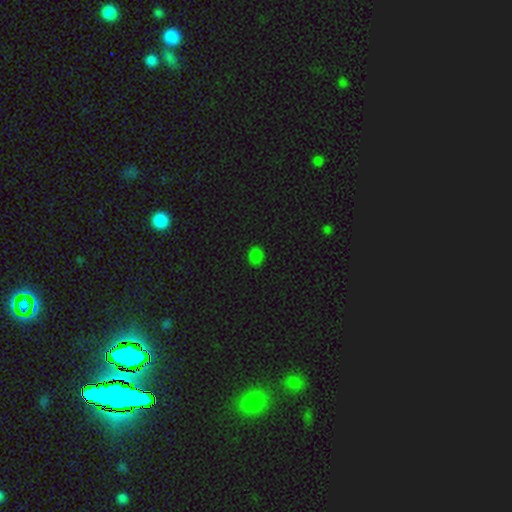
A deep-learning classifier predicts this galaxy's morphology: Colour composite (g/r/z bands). It shows a smooth galaxy with no disk features (81%) that is round (63%). Merging: none (89%).